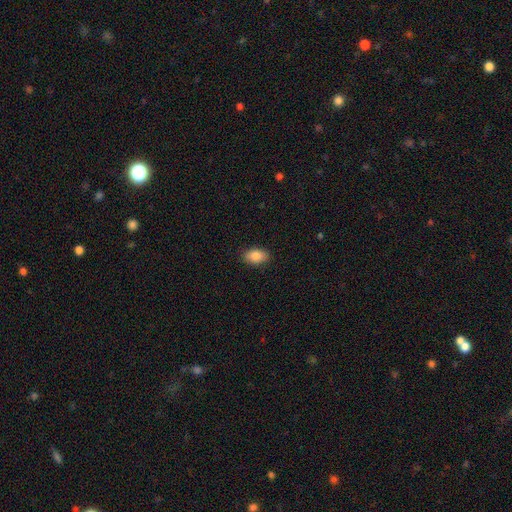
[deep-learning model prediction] smooth 87%, star or artifact 7%, featured or disk 6%. Down the decision tree: how rounded — in between (90%); merging — none (88%).